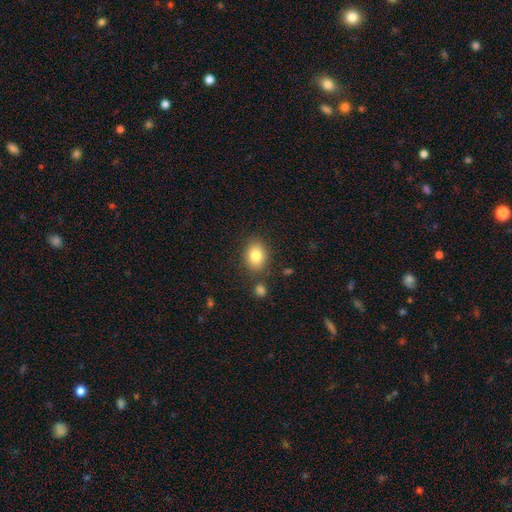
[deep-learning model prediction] Smooth or featured? smooth (82%)
How rounded? in between (59%)
Merging? none (81%)